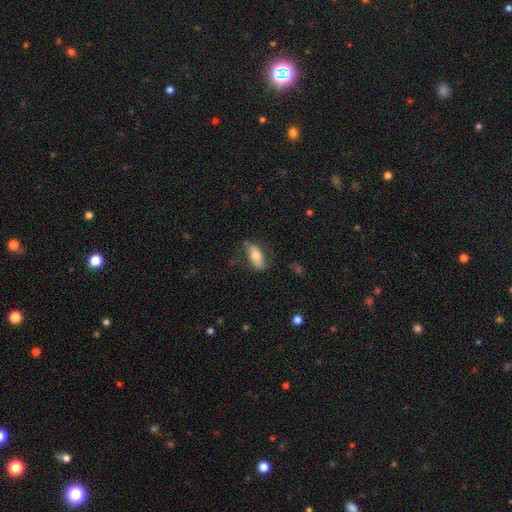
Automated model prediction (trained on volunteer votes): Q: Smooth or featured?
A: smooth (64%); runner-up: featured or disk (29%)
Q: How rounded?
A: in between (78%); runner-up: cigar-shaped (18%)
Q: Merging?
A: none (65%); runner-up: minor disturbance (24%)